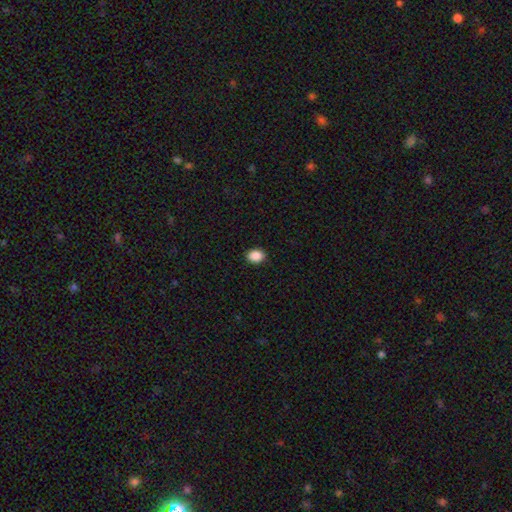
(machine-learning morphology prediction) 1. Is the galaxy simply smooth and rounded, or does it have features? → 89% smooth, 9% star or artifact, 3% featured or disk.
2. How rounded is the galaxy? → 52% in between, 47% round, 1% cigar-shaped.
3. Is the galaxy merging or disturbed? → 91% none, 7% minor disturbance, 2% major disturbance, 1% merger.